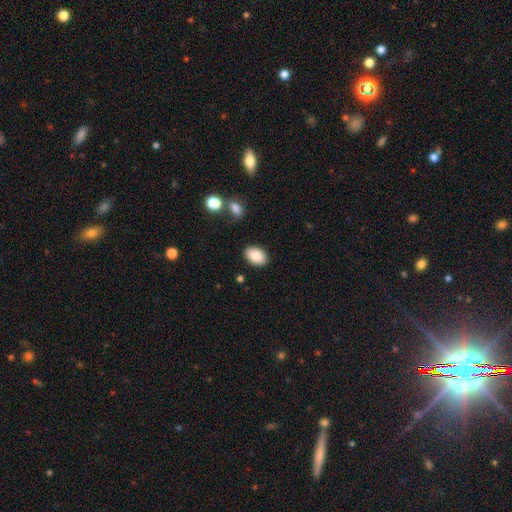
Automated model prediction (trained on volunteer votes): This appears to be a smooth galaxy with no disk features (88%) that is in between round and cigar-shaped (89%). Merging: none (87%).